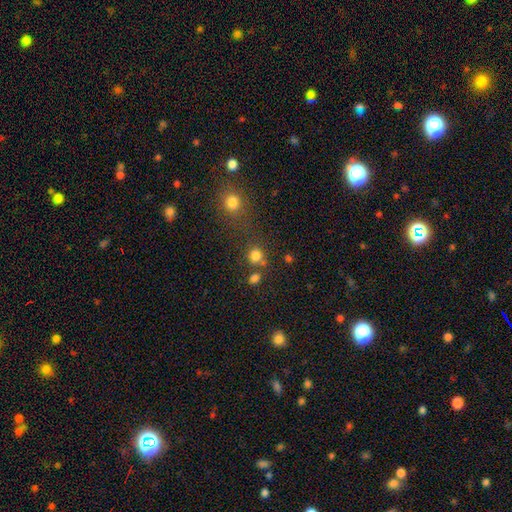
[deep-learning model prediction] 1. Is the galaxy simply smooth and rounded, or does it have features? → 79% smooth, 15% star or artifact, 6% featured or disk.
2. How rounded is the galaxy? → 84% round, 15% in between, 1% cigar-shaped.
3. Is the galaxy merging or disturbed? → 65% none, 21% merger, 10% minor disturbance, 5% major disturbance.